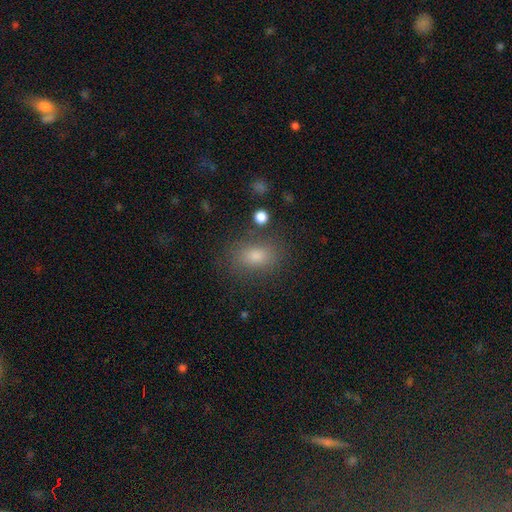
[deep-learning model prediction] smooth 77%, star or artifact 14%, featured or disk 10%. Down the decision tree: how rounded — in between (74%); merging — none (80%).